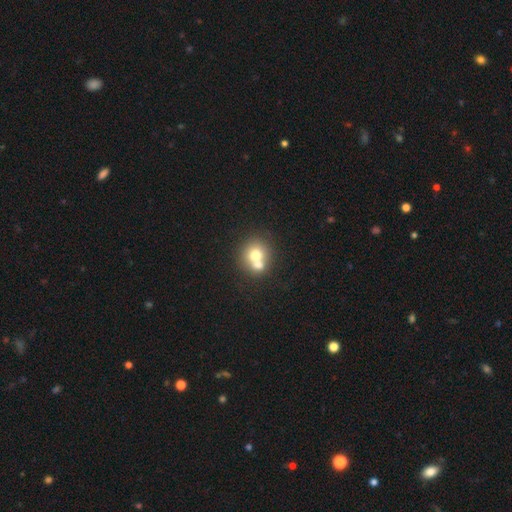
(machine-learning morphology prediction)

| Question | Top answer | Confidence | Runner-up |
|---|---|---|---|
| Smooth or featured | smooth | 68% | featured or disk (21%) |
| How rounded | round | 81% | in between (18%) |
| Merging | merger | 53% | none (38%) |